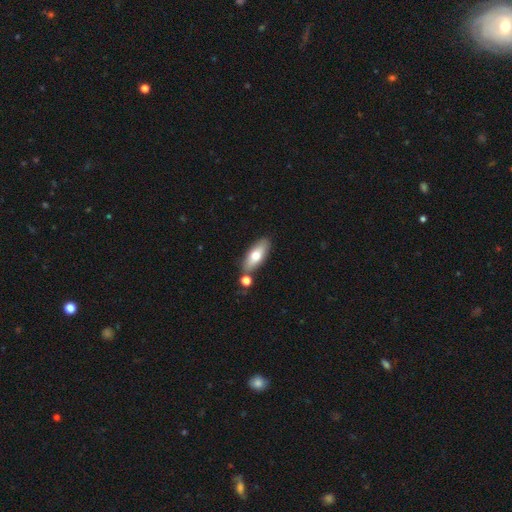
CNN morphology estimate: type=smooth (68%); roundness=in between (70%); merging=none (73%).